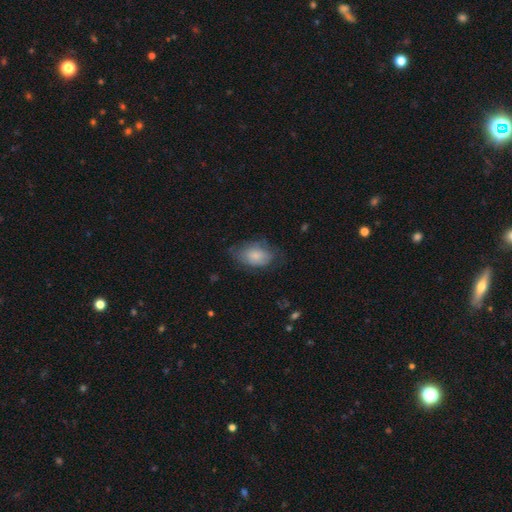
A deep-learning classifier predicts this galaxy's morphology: Smooth or featured: smooth — 73% (featured or disk — 20%)
How rounded: in between — 89% (round — 10%)
Merging: none — 56% (minor disturbance — 30%)